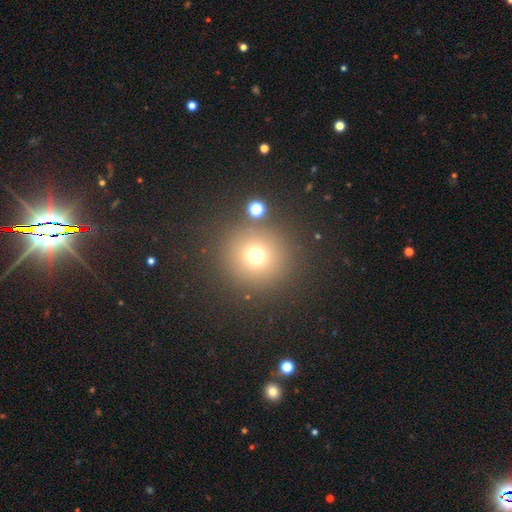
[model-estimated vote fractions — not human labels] Morphology: type=smooth (70%); roundness=round (94%); merging=none (85%).